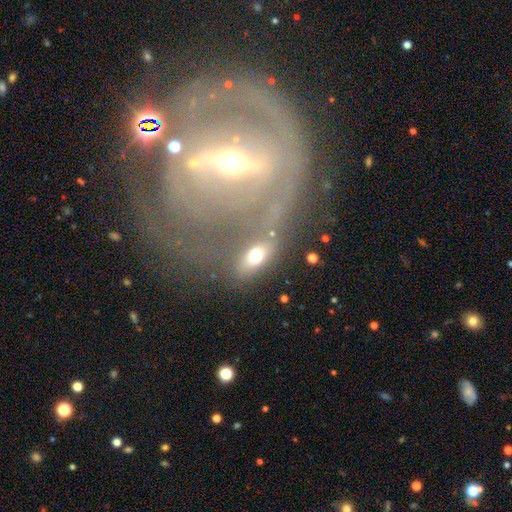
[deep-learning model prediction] Smooth or featured?
  - smooth: 62% *
  - featured or disk: 21%
  - star or artifact: 16%
How rounded?
  - in between: 73% *
  - round: 14%
  - cigar-shaped: 12%
Merging?
  - none: 66% *
  - minor disturbance: 14%
  - merger: 12%
  - major disturbance: 9%